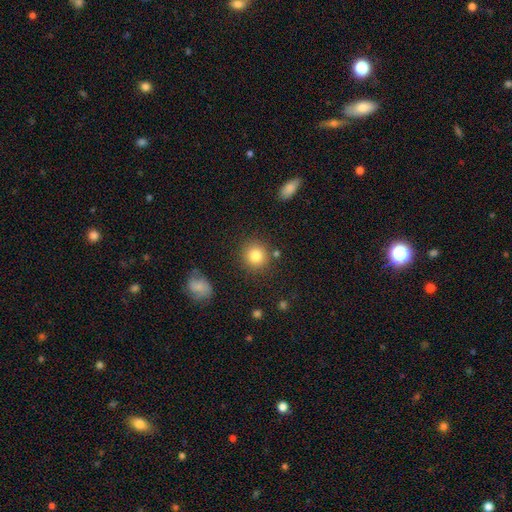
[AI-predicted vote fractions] This is clearly a smooth galaxy (84%). How rounded: clearly round (89%). Merging: clearly none (84%).